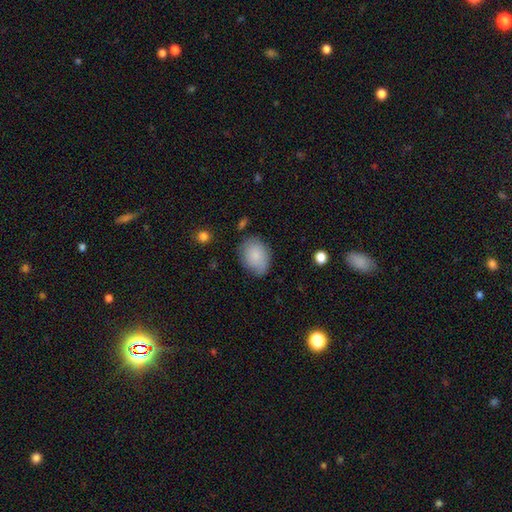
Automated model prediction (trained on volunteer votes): This appears to be a smooth galaxy with no disk features (83%) that is in between round and cigar-shaped (71%). Merging: none (68%).